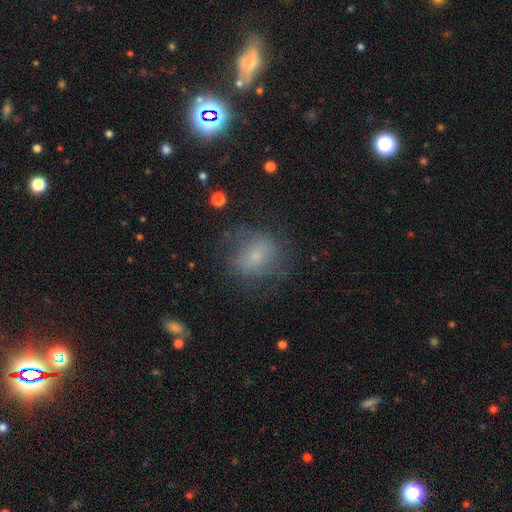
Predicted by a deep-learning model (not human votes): smooth-or-featured: smooth: 54% | featured or disk: 33% | star or artifact: 13%
  how-rounded: round: 69% | in between: 30% | cigar-shaped: 1%
  merging: none: 61% | minor disturbance: 21% | major disturbance: 17% | merger: 2%